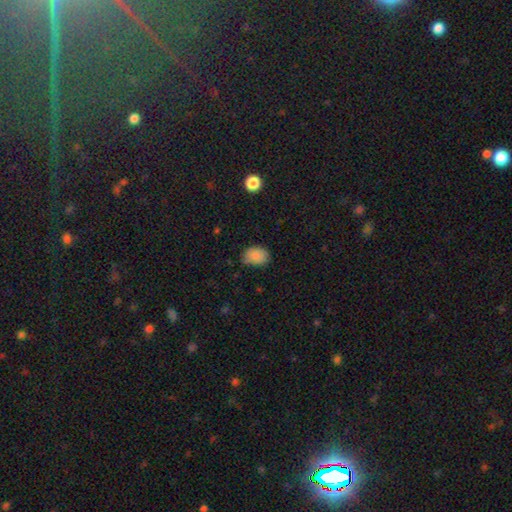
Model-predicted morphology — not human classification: A smooth galaxy with no disk features (86%) that is in between round and cigar-shaped (71%).

Vote fractions:
- Smooth or featured? smooth: 86% / star or artifact: 9% / featured or disk: 5%
- How rounded? in between: 71% / round: 28% / cigar-shaped: 1%
- Merging? none: 67% / minor disturbance: 27% / major disturbance: 5% / merger: 2%